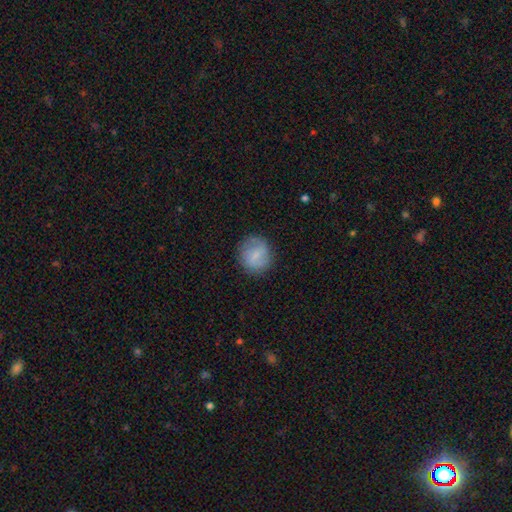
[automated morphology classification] Overall: smooth (72%). How rounded: round (87%). Merging: none (82%).